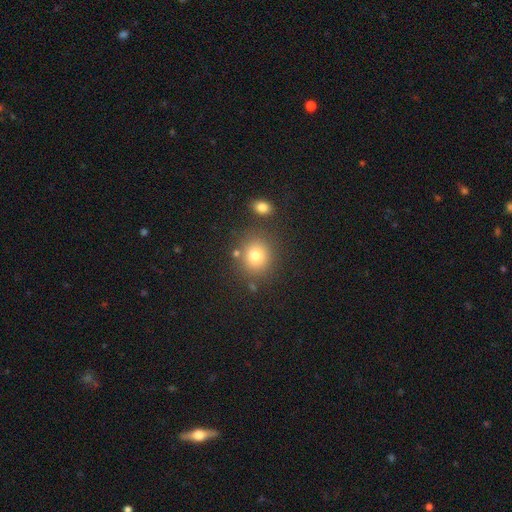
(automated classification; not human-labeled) Smooth or featured? smooth (77%)
How rounded? round (82%)
Merging? none (79%)